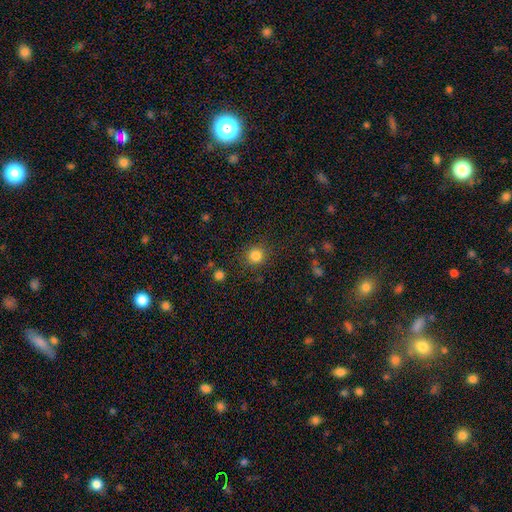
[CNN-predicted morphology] Smooth or featured? Predicted: smooth (p=0.83). How rounded? Predicted: round (p=0.92). Merging? Predicted: none (p=0.87).